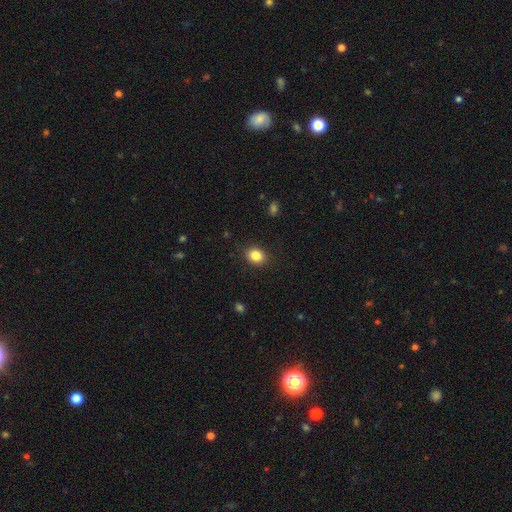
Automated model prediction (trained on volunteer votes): smooth_or_featured: smooth (p=0.85) [alt: star or artifact p=0.10]
how_rounded: round (p=0.51) [alt: in between p=0.48]
merging: none (p=0.88) [alt: minor disturbance p=0.08]